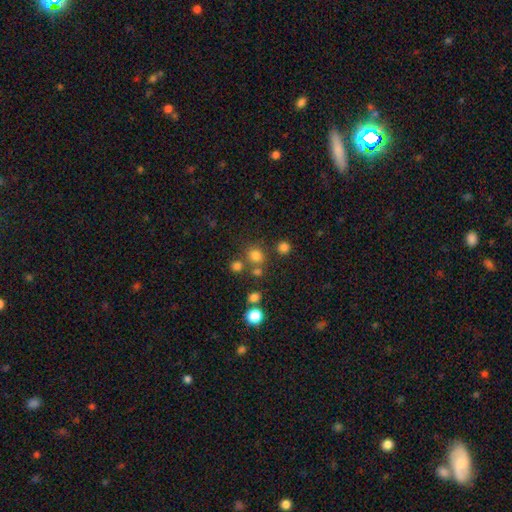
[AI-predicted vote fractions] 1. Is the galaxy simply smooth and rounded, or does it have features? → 75% smooth, 19% star or artifact, 7% featured or disk.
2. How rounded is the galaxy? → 85% round, 14% in between, 1% cigar-shaped.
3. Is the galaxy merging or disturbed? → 71% none, 16% merger, 9% minor disturbance, 4% major disturbance.